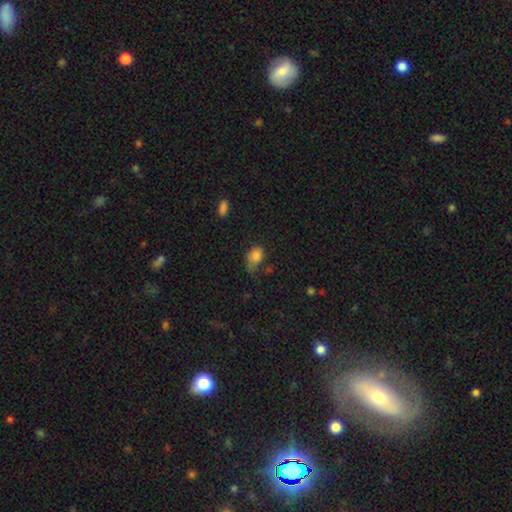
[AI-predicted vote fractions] Smooth or featured?
  - smooth: 81% *
  - star or artifact: 10%
  - featured or disk: 9%
How rounded?
  - in between: 79% *
  - round: 19%
  - cigar-shaped: 2%
Merging?
  - minor disturbance: 37% *
  - none: 34%
  - major disturbance: 25%
  - merger: 5%